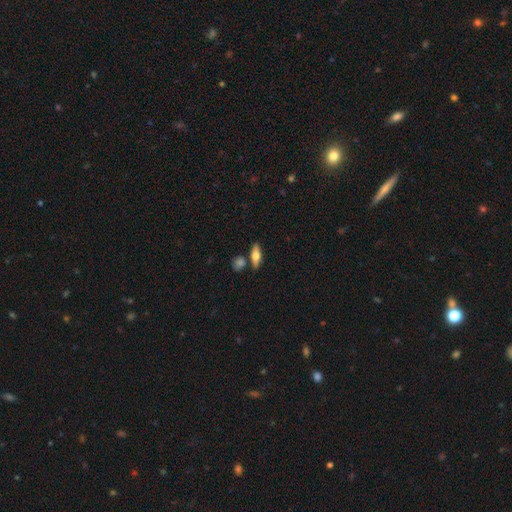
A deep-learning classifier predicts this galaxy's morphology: The model was most divided on "how rounded": in between: 52%, cigar-shaped: 43%, round: 5%. More confident: merging — none (79%); smooth or featured — smooth (51%).